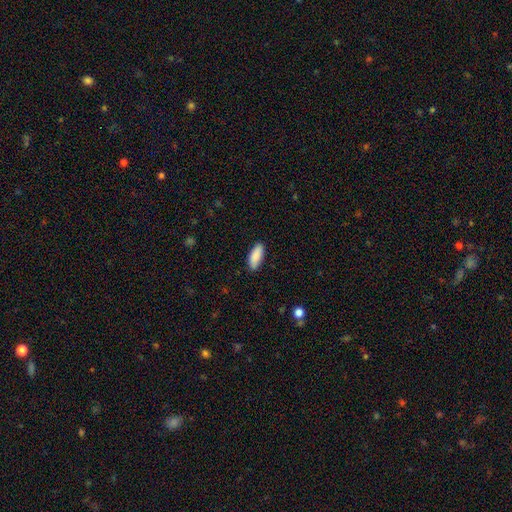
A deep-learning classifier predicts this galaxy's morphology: Q: Smooth or featured?
A: smooth (90%); runner-up: star or artifact (6%)
Q: How rounded?
A: in between (78%); runner-up: cigar-shaped (20%)
Q: Merging?
A: none (88%); runner-up: minor disturbance (9%)